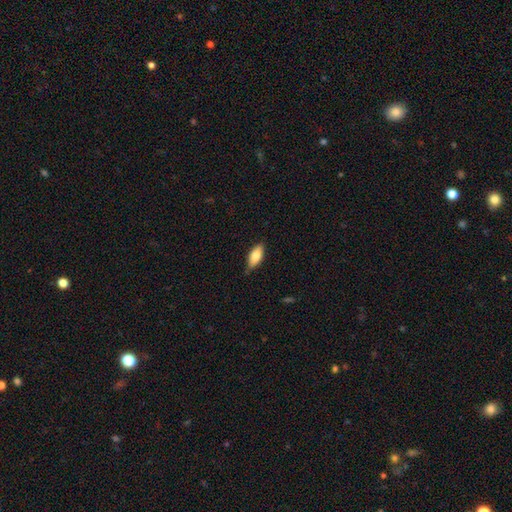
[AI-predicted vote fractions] The model was most divided on "smooth or featured": smooth: 76%, featured or disk: 18%, star or artifact: 6%. More confident: how rounded — in between (83%); merging — none (79%).